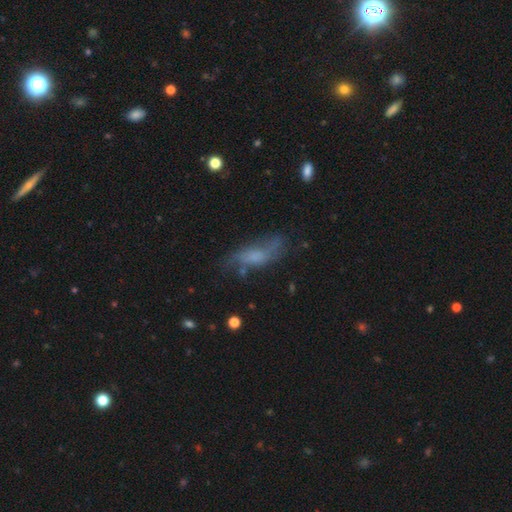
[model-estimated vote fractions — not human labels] featured or disk 49%, smooth 38%, star or artifact 13%. Down the decision tree: merging — none (54%).